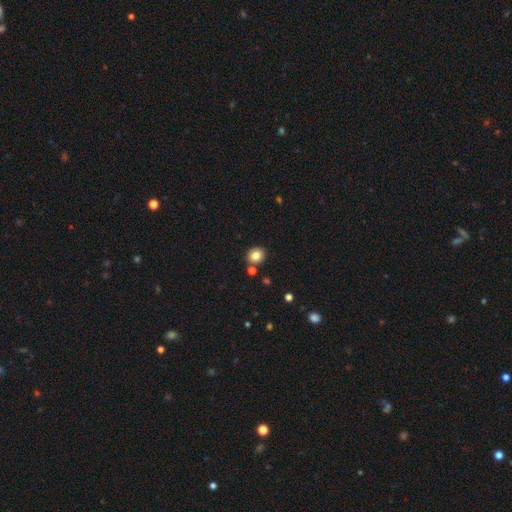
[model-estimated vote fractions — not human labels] Smooth or featured: smooth — 82% (star or artifact — 11%)
How rounded: round — 81% (in between — 18%)
Merging: none — 83% (minor disturbance — 8%)